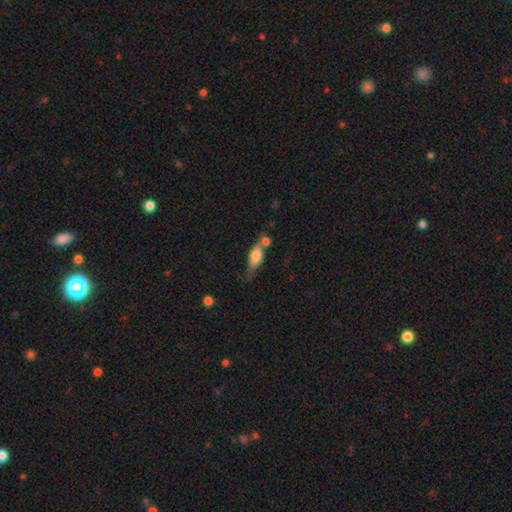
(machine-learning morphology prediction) Overall: smooth (63%; featured or disk 29%). How rounded: in between (66%; cigar-shaped 29%). Merging: none (40%; merger 32%).